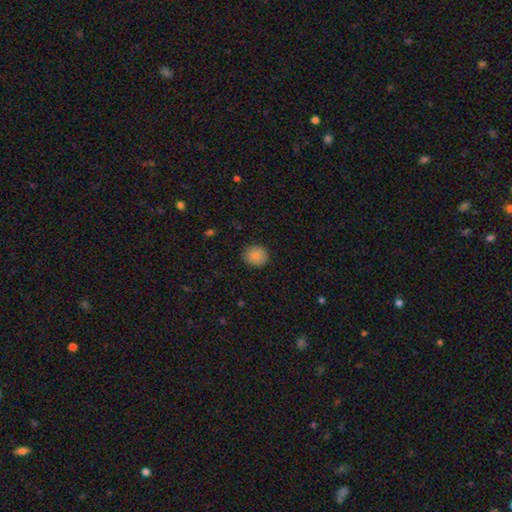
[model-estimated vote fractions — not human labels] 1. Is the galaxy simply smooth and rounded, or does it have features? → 85% smooth, 9% star or artifact, 5% featured or disk.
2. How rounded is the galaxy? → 82% round, 17% in between, 1% cigar-shaped.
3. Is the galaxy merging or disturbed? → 88% none, 9% minor disturbance, 2% major disturbance, 1% merger.